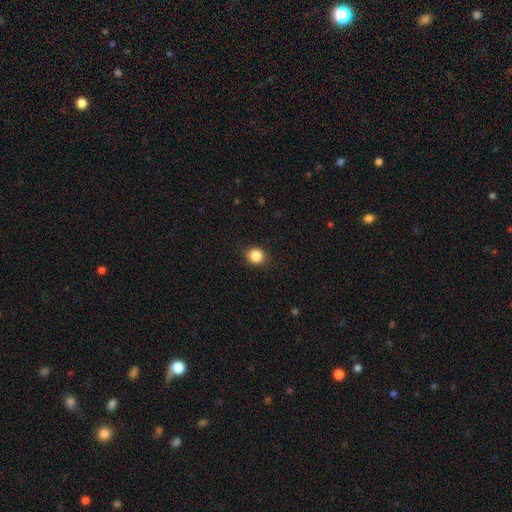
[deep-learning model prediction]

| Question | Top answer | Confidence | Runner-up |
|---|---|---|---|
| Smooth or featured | smooth | 86% | star or artifact (10%) |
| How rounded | round | 83% | in between (16%) |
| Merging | none | 90% | minor disturbance (7%) |